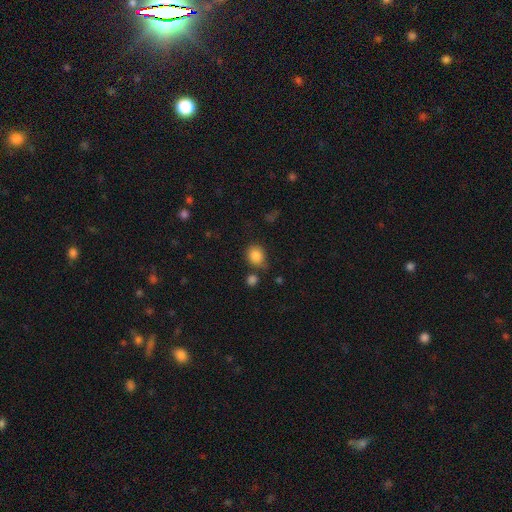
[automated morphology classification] This is clearly a smooth galaxy (85%). How rounded: likely round (70%). Merging: likely none (68%).